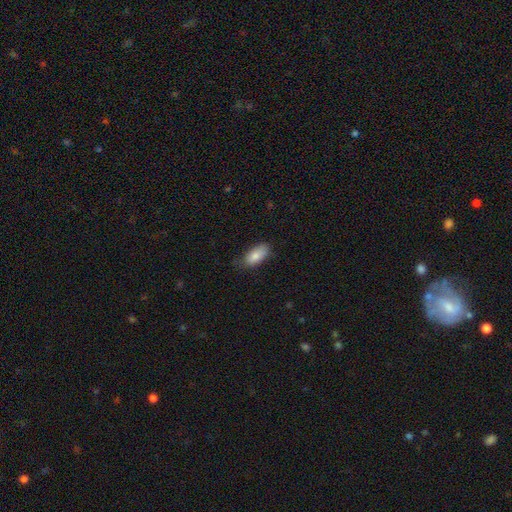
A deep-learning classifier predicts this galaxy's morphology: Overall: smooth (84%). How rounded: in between (89%). Merging: none (71%).